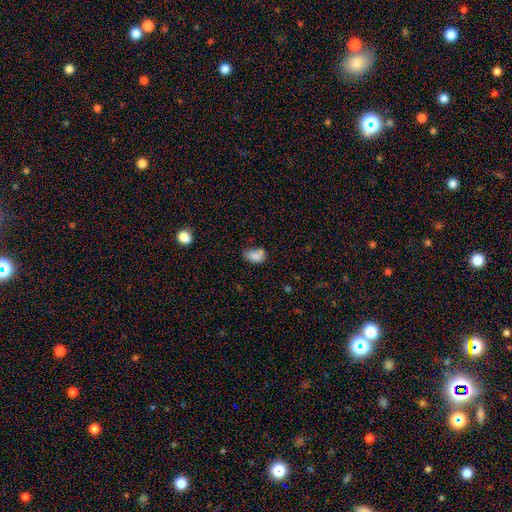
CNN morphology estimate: Smooth or featured: smooth — 81% (star or artifact — 11%)
How rounded: in between — 85% (round — 13%)
Merging: none — 42% (minor disturbance — 33%)